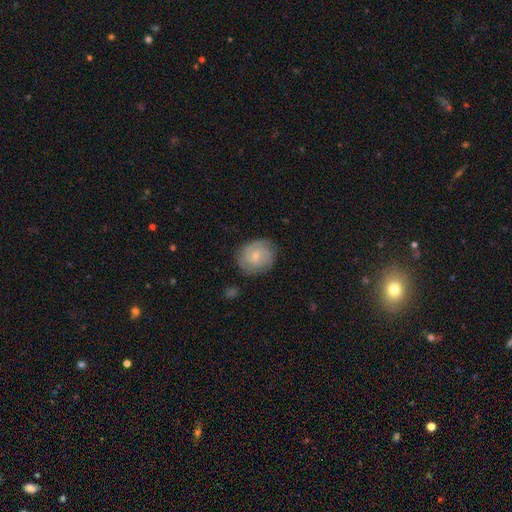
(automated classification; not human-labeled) Morphology: type=featured or disk (66%); edge-on=no (98%); bar=no (67%); spiral arms=yes (92%); winding=tight (63%); arm count=can't tell (29%, tied with 2); bulge=small (69%); merging=none (79%).